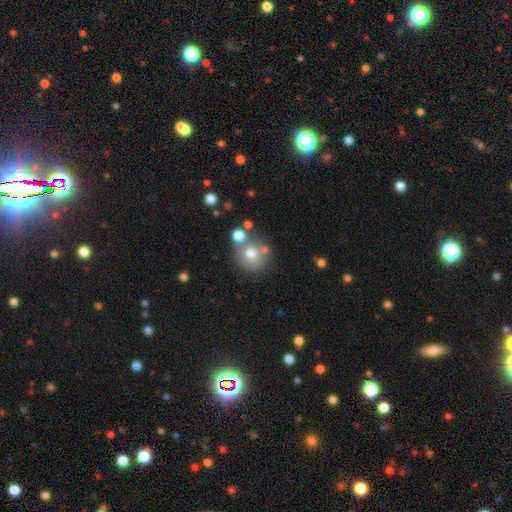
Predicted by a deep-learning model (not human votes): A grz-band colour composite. It shows a smooth galaxy with no disk features (63%) that is round (85%). Merging: none (64%).